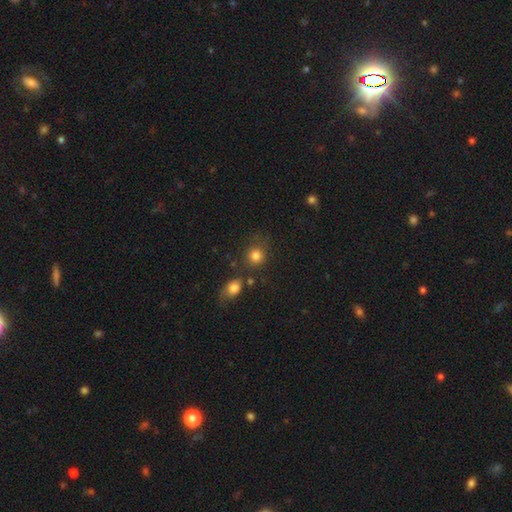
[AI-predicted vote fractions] This is clearly a smooth galaxy (82%). How rounded: clearly round (84%). Merging: likely none (67%).